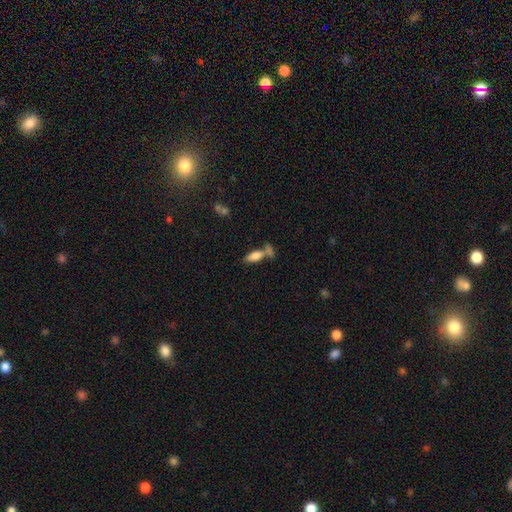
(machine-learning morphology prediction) This is likely a smooth galaxy (75%). How rounded: likely in between (78%). Merging: possibly none (46%).